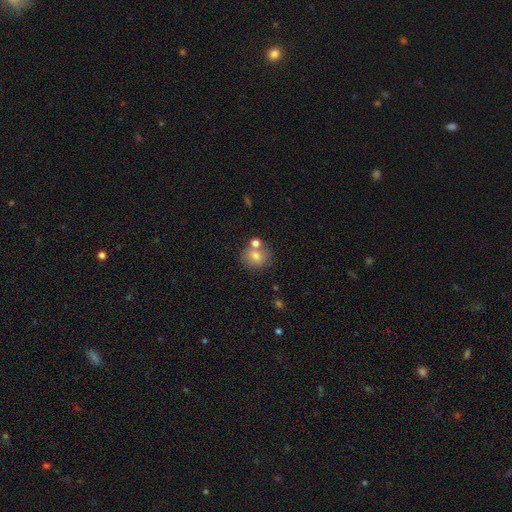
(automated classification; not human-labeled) This is likely a smooth galaxy (76%). How rounded: likely round (79%). Merging: likely none (63%).